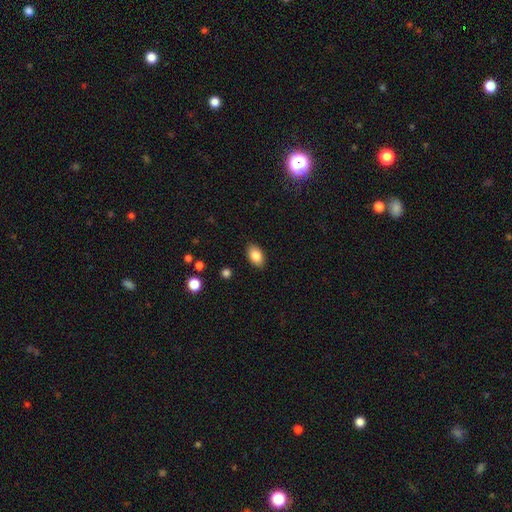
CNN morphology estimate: This is clearly a smooth galaxy (85%). How rounded: clearly in between (90%). Merging: clearly none (87%).